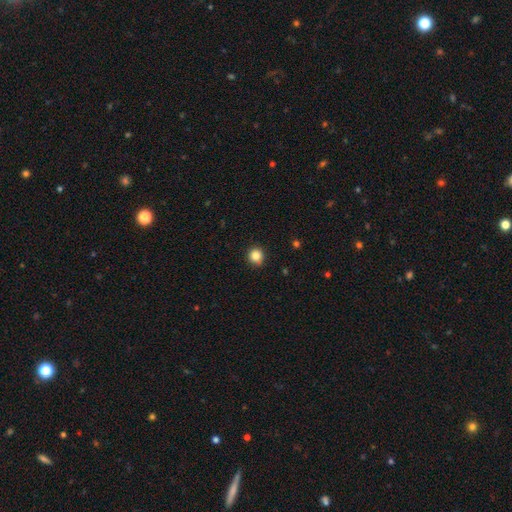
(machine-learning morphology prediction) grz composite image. It shows a smooth galaxy with no disk features (85%) that is round (92%). Merging: none (90%).